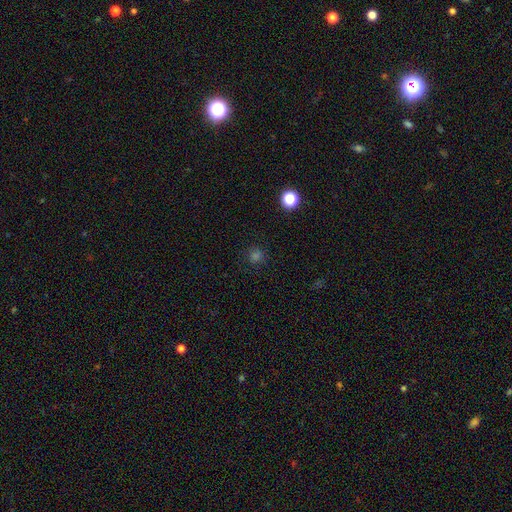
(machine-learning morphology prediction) This appears to be a smooth galaxy with no disk features (67%) that is round (92%). Merging: none (87%).